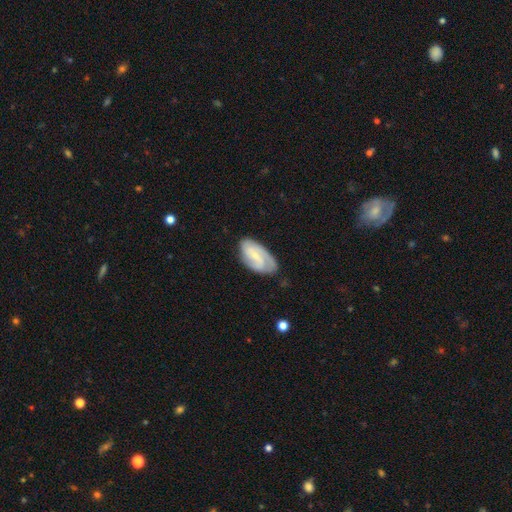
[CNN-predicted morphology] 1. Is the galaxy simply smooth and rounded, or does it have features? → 68% featured or disk, 26% smooth, 6% star or artifact.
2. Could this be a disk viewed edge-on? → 96% no, 4% yes.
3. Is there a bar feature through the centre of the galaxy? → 46% weak, 40% no, 15% strong.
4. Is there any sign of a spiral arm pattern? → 91% yes, 9% no.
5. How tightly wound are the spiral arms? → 43% tight, 42% medium, 16% loose.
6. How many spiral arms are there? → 52% 2, 21% can't tell, 15% 3, 6% 1, 3% 4, 2% more than 4.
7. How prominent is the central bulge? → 68% small, 20% moderate, 10% none, 1% large, 1% dominant.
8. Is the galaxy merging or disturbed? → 69% none, 22% minor disturbance, 7% major disturbance, 2% merger.